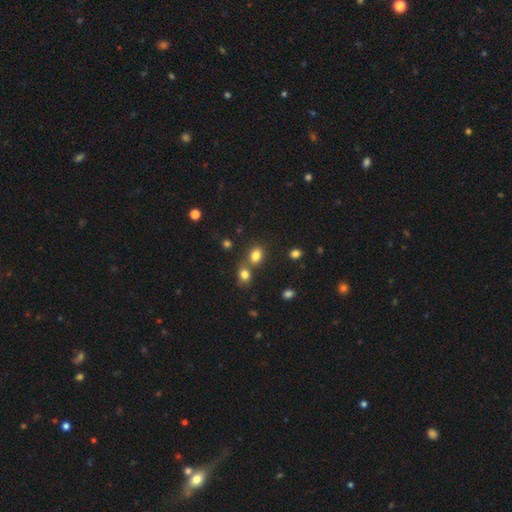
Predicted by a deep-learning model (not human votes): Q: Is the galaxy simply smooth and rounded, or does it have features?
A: smooth — 80%.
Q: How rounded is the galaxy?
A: in between — 50%.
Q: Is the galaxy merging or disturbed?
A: none — 55%.